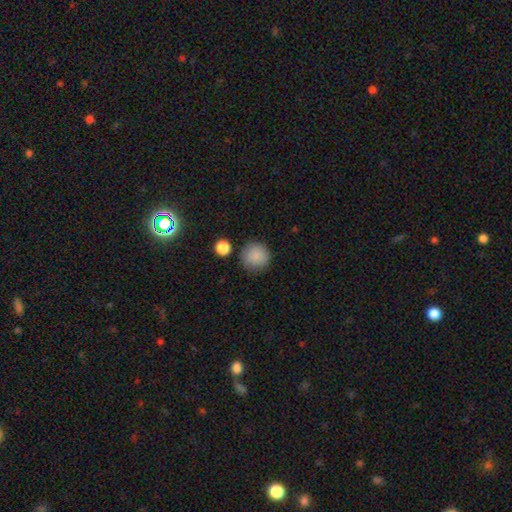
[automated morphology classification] This appears to be a smooth galaxy with no disk features (86%) that is round (93%). Merging: none (82%).